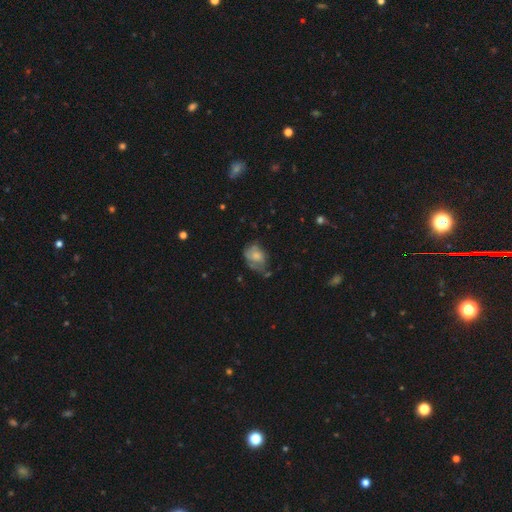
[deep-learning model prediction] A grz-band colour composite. It shows a smooth galaxy with no disk features (58%) that is in between round and cigar-shaped (67%). Merging: none (39%).